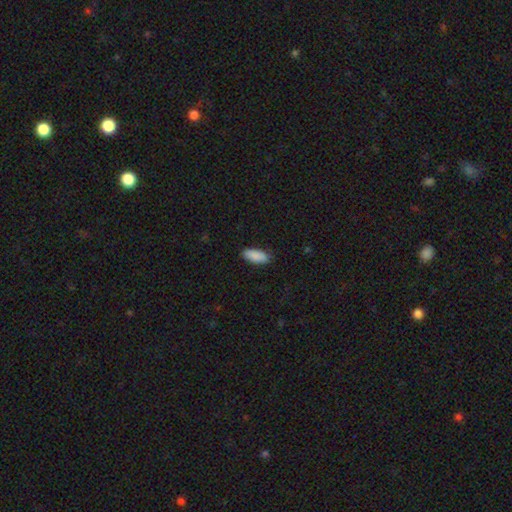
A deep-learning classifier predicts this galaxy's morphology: Smooth or featured? Predicted: smooth (p=0.89). How rounded? Predicted: in between (p=0.81). Merging? Predicted: none (p=0.86).